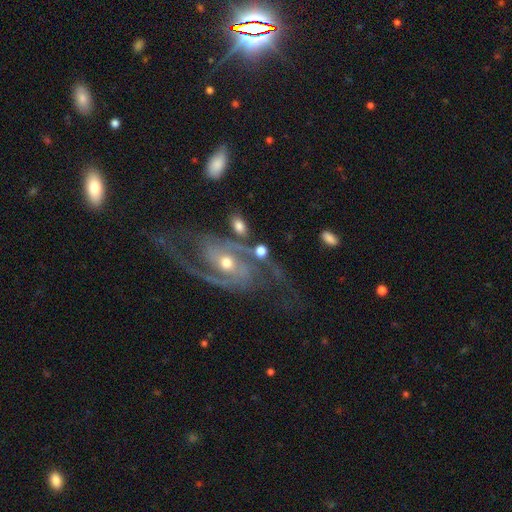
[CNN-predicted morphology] smooth-or-featured: featured or disk: 84% | star or artifact: 10% | smooth: 6%
  disk-edge-on: no: 95% | yes: 5%
    bar: no: 43% | weak: 39% | strong: 17%
    has-spiral-arms: yes: 95% | no: 5%
      spiral-winding: medium: 50% | tight: 27% | loose: 23%
      spiral-arm-count: 2: 76% | can't tell: 9% | 3: 6% | 1: 4% | 4: 3% | more than 4: 3%
    bulge-size: small: 55% | moderate: 39% | large: 2% | none: 2% | dominant: 1%
  merging: none: 62% | minor disturbance: 16% | major disturbance: 16% | merger: 6%